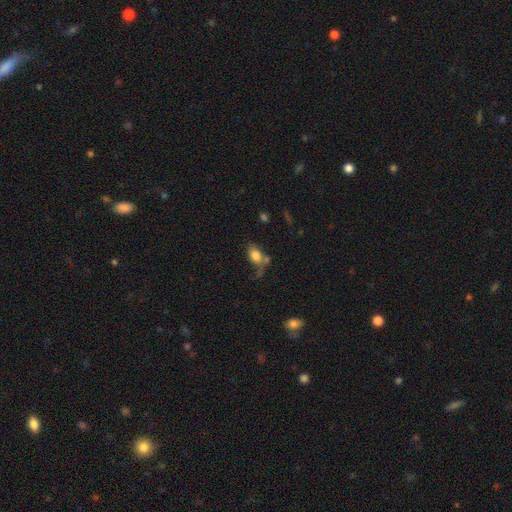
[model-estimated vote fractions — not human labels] A smooth galaxy with no disk features (77%) that is in between round and cigar-shaped (84%). Merging: none (37%).